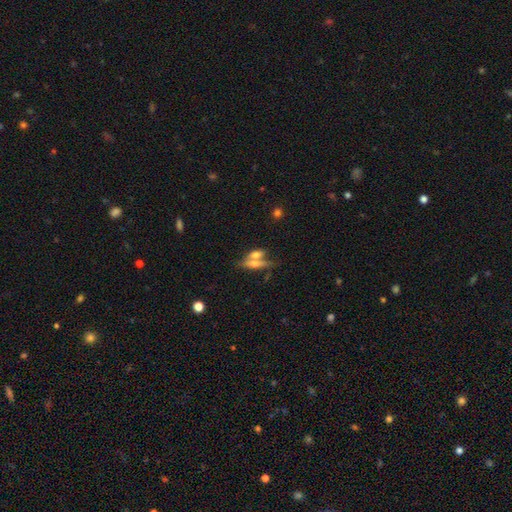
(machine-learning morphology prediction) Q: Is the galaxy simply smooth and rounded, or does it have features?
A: smooth — 56%.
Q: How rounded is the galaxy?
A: in between — 55%.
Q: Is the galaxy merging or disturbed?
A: merger — 51%.